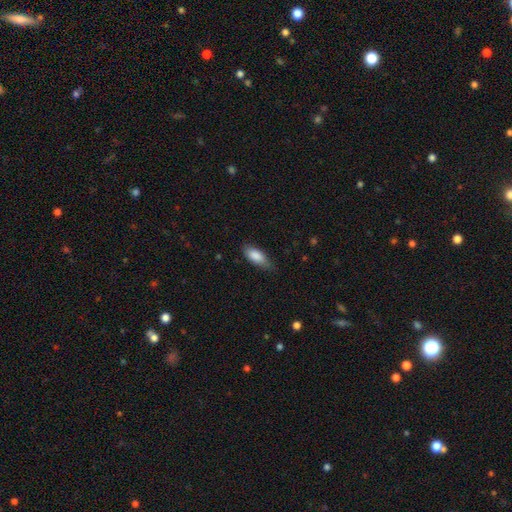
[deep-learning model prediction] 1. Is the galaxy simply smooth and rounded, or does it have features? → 85% smooth, 9% featured or disk, 6% star or artifact.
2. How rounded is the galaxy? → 79% in between, 19% cigar-shaped, 2% round.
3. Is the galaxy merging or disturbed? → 70% none, 24% minor disturbance, 4% major disturbance, 1% merger.